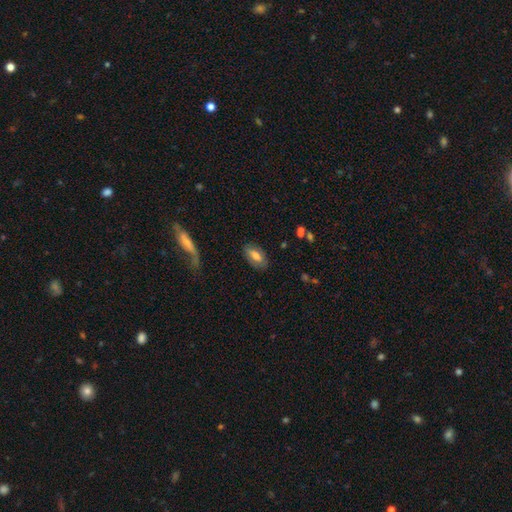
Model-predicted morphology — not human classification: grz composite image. It shows a smooth galaxy with no disk features (67%) that is in between round and cigar-shaped (90%). Merging: none (80%).